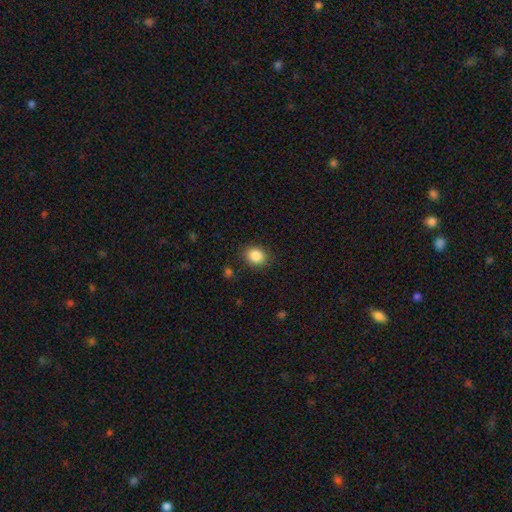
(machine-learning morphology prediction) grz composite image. It shows a smooth galaxy with no disk features (86%) that is round (60%). Merging: none (85%).